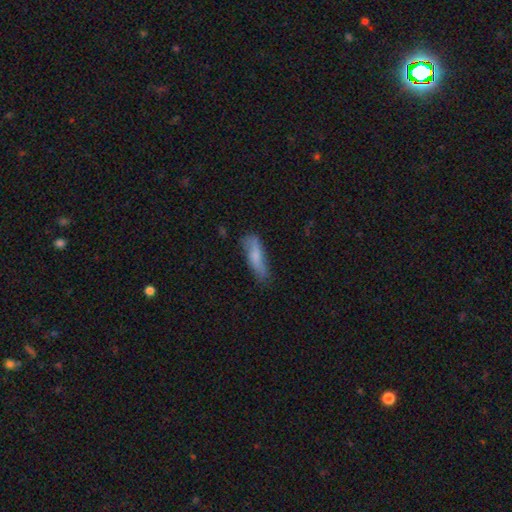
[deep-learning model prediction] smooth_or_featured: smooth (p=0.68) [alt: featured or disk p=0.25]
how_rounded: cigar-shaped (p=0.62) [alt: in between p=0.36]
merging: none (p=0.62) [alt: minor disturbance p=0.27]